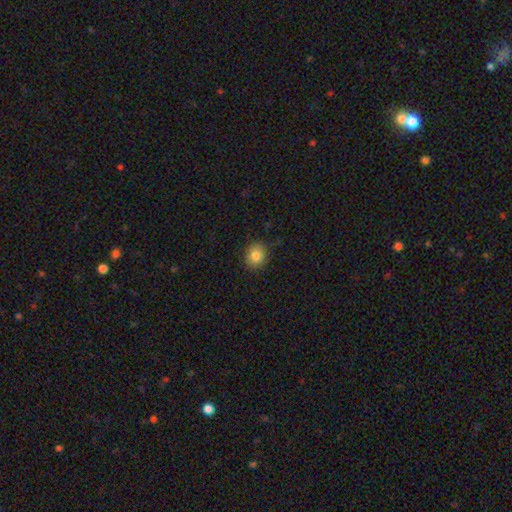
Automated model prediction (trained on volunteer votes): Morphology: type=smooth (82%); roundness=round (73%); merging=none (85%).